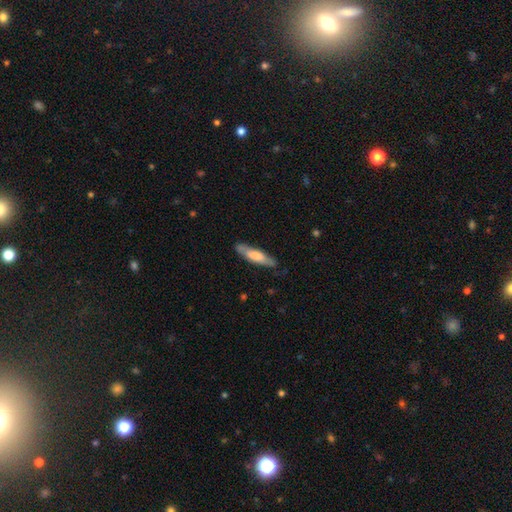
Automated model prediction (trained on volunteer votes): This appears to be a smooth galaxy with no disk features (57%) that is cigar-shaped (73%). Merging: none (79%).